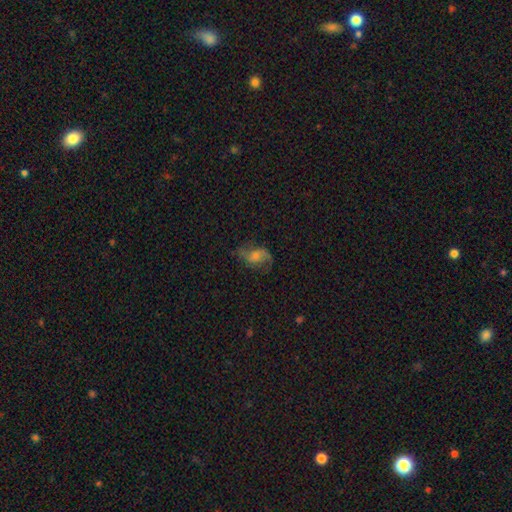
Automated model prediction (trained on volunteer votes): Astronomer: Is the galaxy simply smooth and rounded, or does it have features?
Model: featured or disk — 63%.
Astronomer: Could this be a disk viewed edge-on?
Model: no — 96%.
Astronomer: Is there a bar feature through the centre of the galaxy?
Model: no — 58% (runner-up: weak, 34%).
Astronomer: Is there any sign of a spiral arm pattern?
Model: yes — 89%.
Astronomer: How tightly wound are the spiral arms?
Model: loose — 55% (runner-up: medium, 35%).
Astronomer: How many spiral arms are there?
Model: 2 — 83%.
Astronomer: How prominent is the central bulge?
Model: moderate — 40% (runner-up: small, 36%).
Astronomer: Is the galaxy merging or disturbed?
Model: none — 64%.